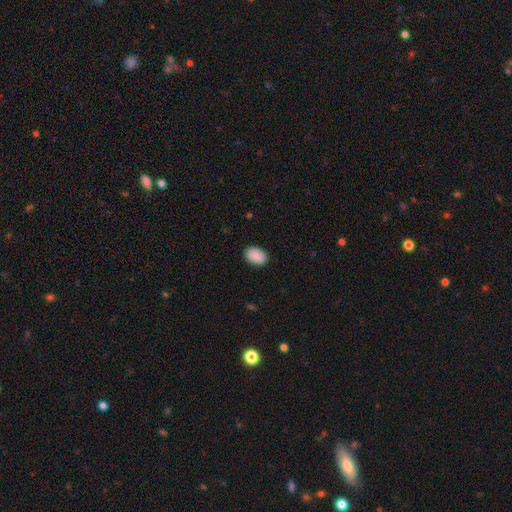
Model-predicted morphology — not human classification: Smooth or featured: smooth — 90% (star or artifact — 7%)
How rounded: in between — 87% (round — 12%)
Merging: none — 87% (minor disturbance — 10%)